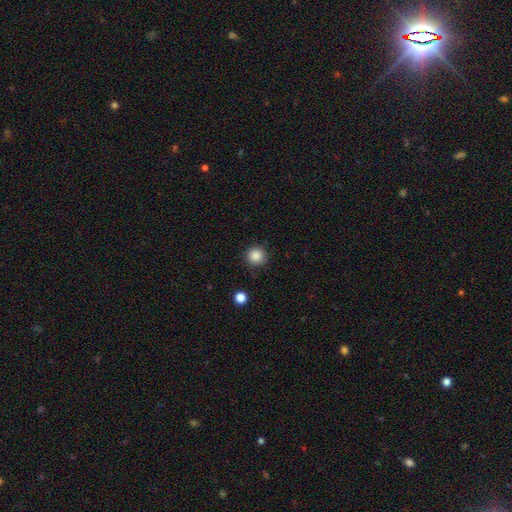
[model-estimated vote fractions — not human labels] Smooth or featured?
  - smooth: 86% *
  - star or artifact: 10%
  - featured or disk: 3%
How rounded?
  - round: 95% *
  - in between: 4%
  - cigar-shaped: 1%
Merging?
  - none: 90% *
  - minor disturbance: 6%
  - major disturbance: 2%
  - merger: 1%